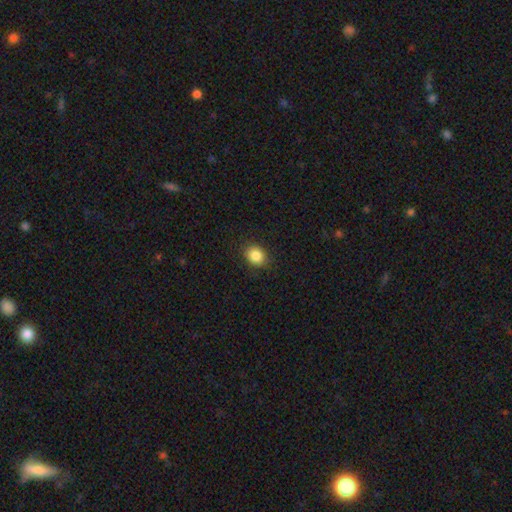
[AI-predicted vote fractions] Smooth or featured? Predicted: smooth (p=0.86). How rounded? Predicted: round (p=0.51). Merging? Predicted: none (p=0.88).